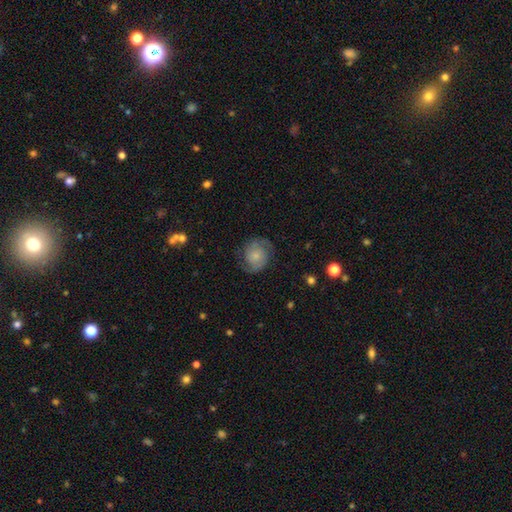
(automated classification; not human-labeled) featured or disk 69%, smooth 23%, star or artifact 7%. Down the decision tree: edge-on disk — no (98%); bar — no (74%); spiral arms — yes (93%); spiral arm count — 2 (88%); spiral winding — medium (47%); bulge size — small (65%); merging — none (74%).